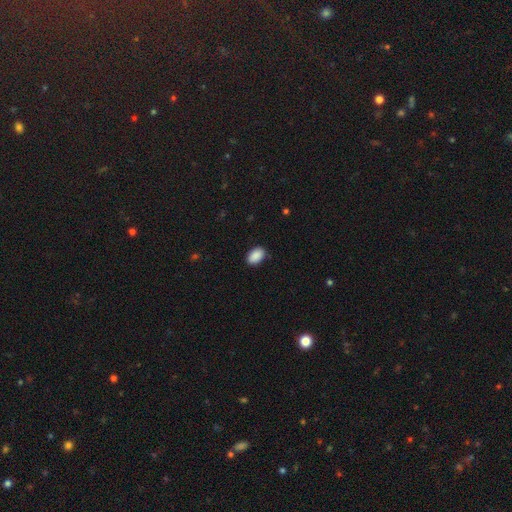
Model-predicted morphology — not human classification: smooth-or-featured: smooth: 90% | star or artifact: 7% | featured or disk: 3%
  how-rounded: in between: 88% | round: 10% | cigar-shaped: 1%
  merging: none: 87% | minor disturbance: 10% | major disturbance: 2% | merger: 1%